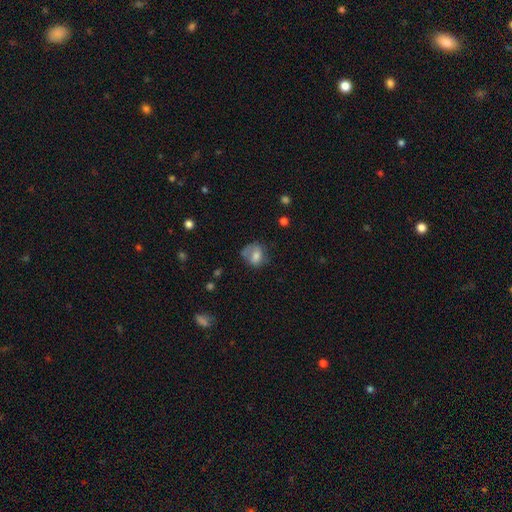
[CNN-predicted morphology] Smooth or featured? Predicted: smooth (p=0.70). How rounded? Predicted: round (p=0.51). Merging? Predicted: none (p=0.42).